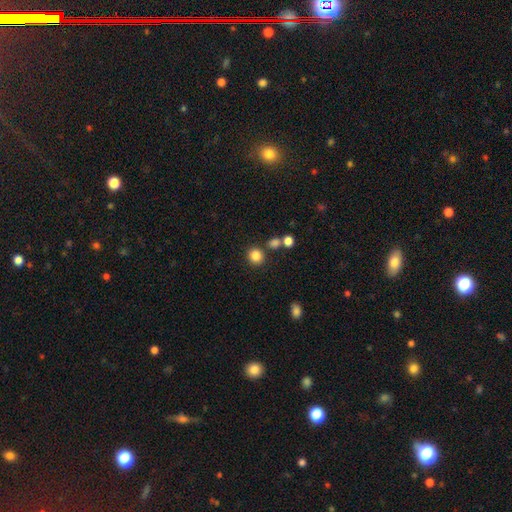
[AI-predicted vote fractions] Smooth or featured? Predicted: smooth (p=0.84). How rounded? Predicted: round (p=0.88). Merging? Predicted: none (p=0.81).